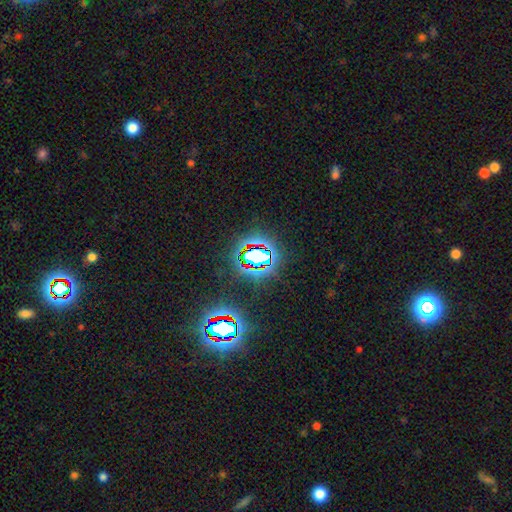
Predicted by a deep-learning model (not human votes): A star or artifact, not a galaxy (71%).